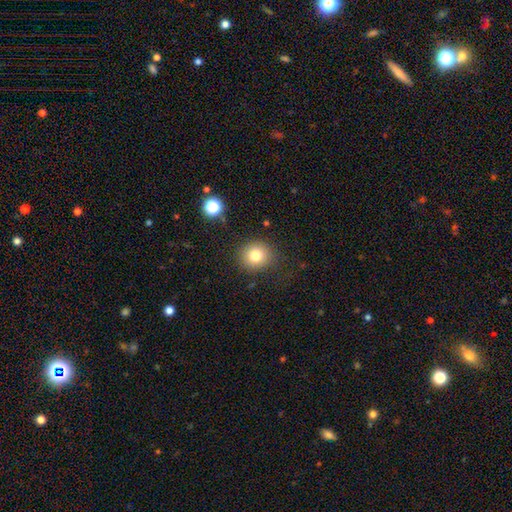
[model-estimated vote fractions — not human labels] Smooth or featured?
  - smooth: 79% *
  - star or artifact: 12%
  - featured or disk: 9%
How rounded?
  - round: 86% *
  - in between: 13%
  - cigar-shaped: 1%
Merging?
  - none: 85% *
  - minor disturbance: 10%
  - major disturbance: 3%
  - merger: 2%